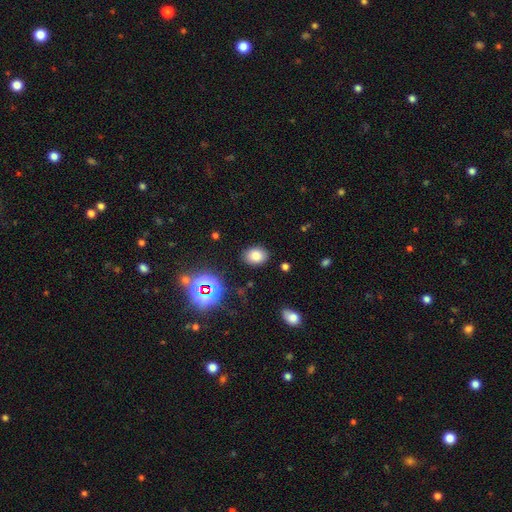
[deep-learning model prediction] This appears to be a smooth galaxy with no disk features (79%) that is in between round and cigar-shaped (74%). Merging: none (86%).